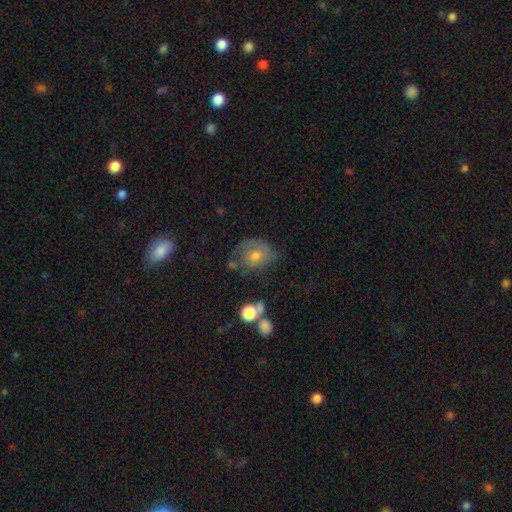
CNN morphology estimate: A smooth galaxy with no disk features (44%, tied with featured or disk). Merging: none (49%).